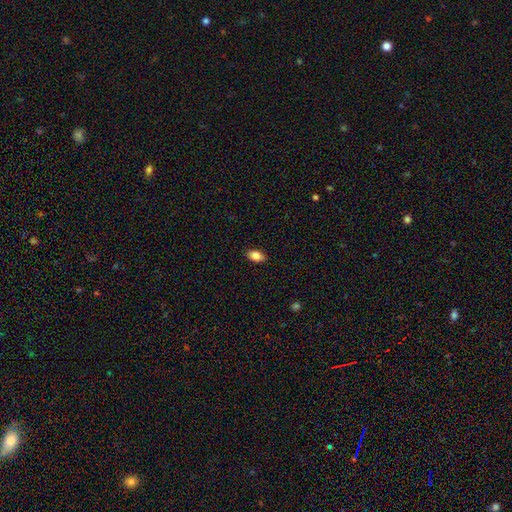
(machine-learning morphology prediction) smooth_or_featured: smooth (p=0.85) [alt: star or artifact p=0.08]
how_rounded: in between (p=0.90) [alt: round p=0.07]
merging: none (p=0.89) [alt: minor disturbance p=0.08]